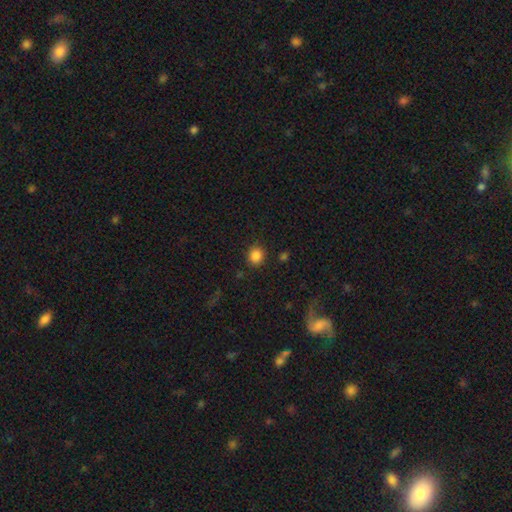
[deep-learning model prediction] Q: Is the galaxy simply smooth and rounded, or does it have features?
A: smooth — 86%.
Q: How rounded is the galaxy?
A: round — 85%.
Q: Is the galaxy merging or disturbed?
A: none — 86%.